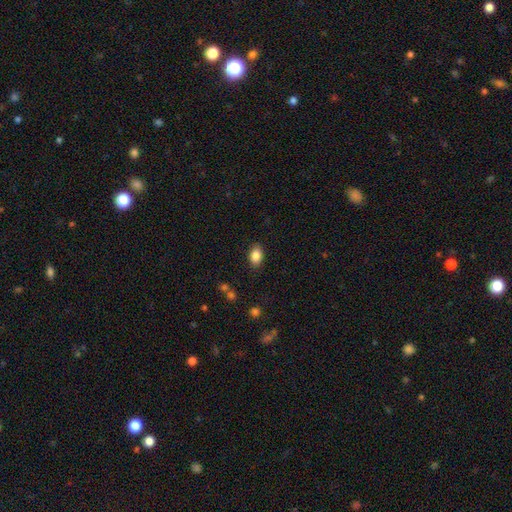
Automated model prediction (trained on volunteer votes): This is clearly a smooth galaxy (85%). How rounded: clearly in between (86%). Merging: clearly none (86%).